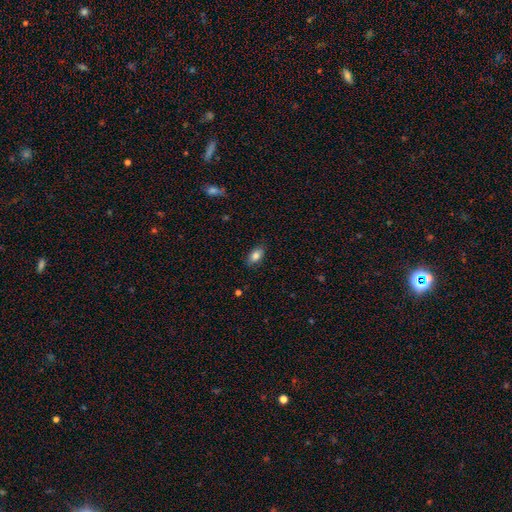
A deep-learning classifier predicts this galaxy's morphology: A smooth galaxy with no disk features (83%) that is in between round and cigar-shaped (89%).

Vote fractions:
- Smooth or featured? smooth: 83% / featured or disk: 9% / star or artifact: 8%
- How rounded? in between: 89% / round: 7% / cigar-shaped: 4%
- Merging? none: 85% / minor disturbance: 11% / major disturbance: 2% / merger: 1%